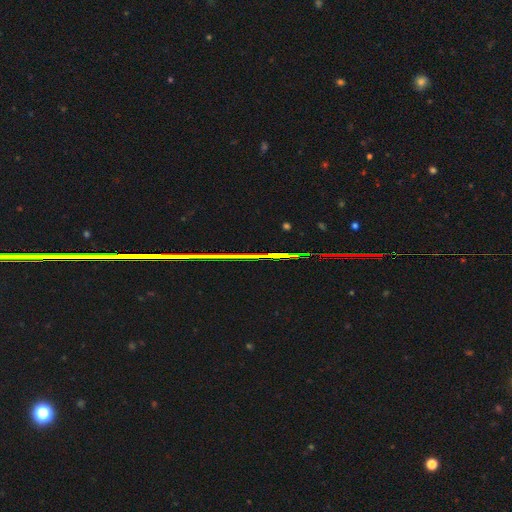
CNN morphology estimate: Smooth or featured: star or artifact — 79% (featured or disk — 12%)